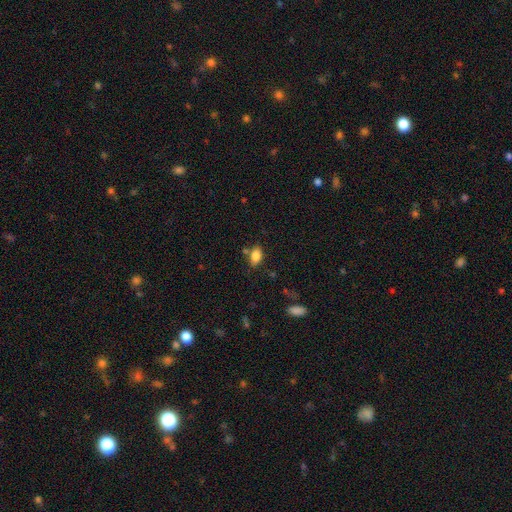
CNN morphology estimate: smooth 83%, star or artifact 9%, featured or disk 7%. Down the decision tree: how rounded — in between (86%); merging — none (69%).